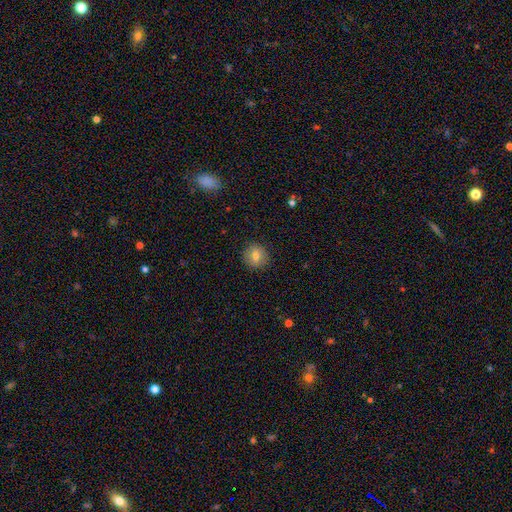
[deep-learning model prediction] This is likely a smooth galaxy (78%). How rounded: clearly round (92%). Merging: clearly none (90%).